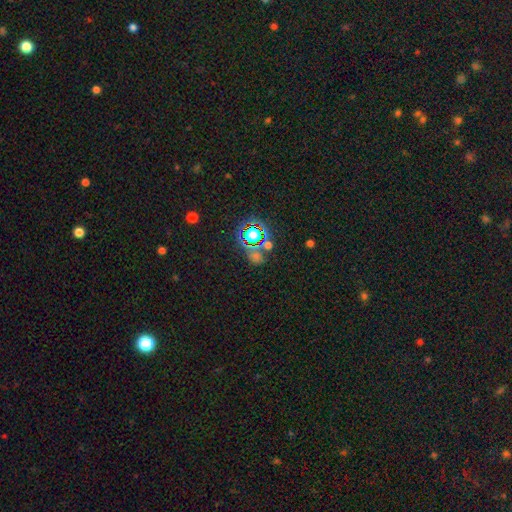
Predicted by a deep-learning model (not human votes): Smooth or featured: star or artifact — 67% (smooth — 24%)